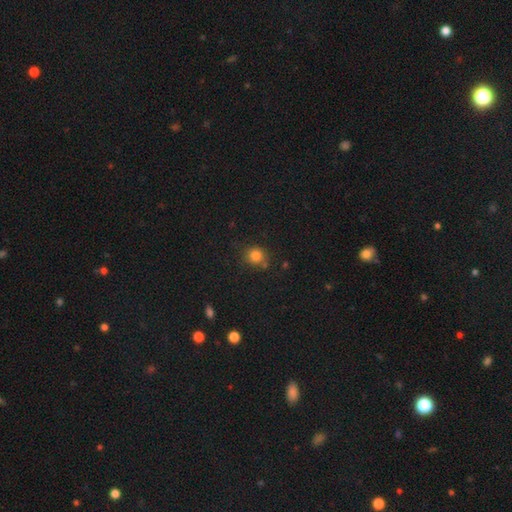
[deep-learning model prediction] Q: Smooth or featured?
A: smooth (82%); runner-up: star or artifact (12%)
Q: How rounded?
A: round (85%); runner-up: in between (14%)
Q: Merging?
A: none (70%); runner-up: minor disturbance (16%)